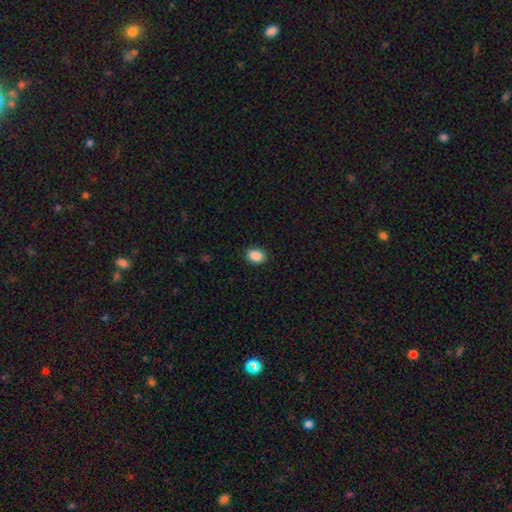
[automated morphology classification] This appears to be a smooth galaxy with no disk features (89%) that is in between round and cigar-shaped (71%). Merging: none (90%).